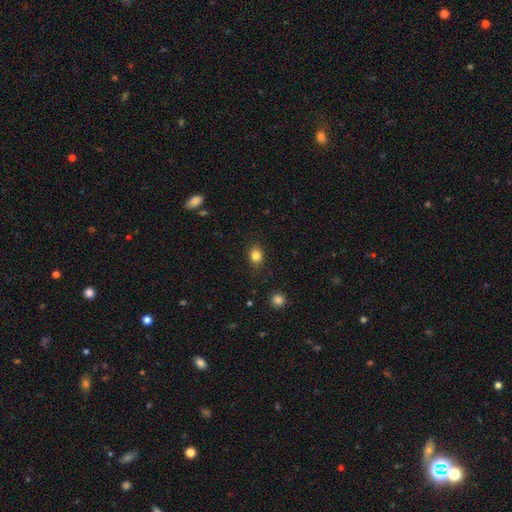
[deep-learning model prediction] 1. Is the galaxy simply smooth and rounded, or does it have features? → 83% smooth, 12% star or artifact, 5% featured or disk.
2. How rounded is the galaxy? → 58% round, 41% in between, 1% cigar-shaped.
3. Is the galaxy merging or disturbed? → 83% none, 13% minor disturbance, 3% major disturbance, 1% merger.